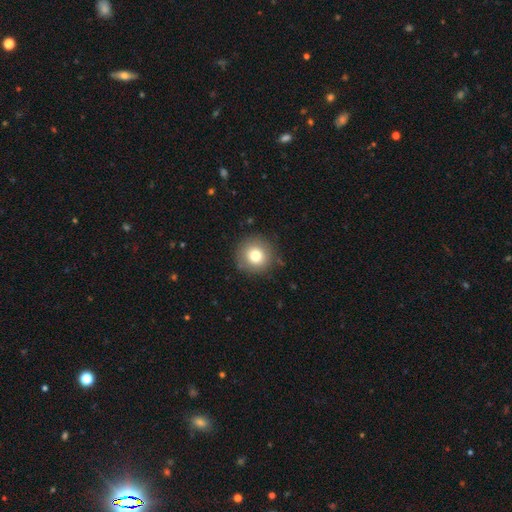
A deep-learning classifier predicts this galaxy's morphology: The model was most divided on "smooth or featured": smooth: 77%, star or artifact: 12%, featured or disk: 11%. More confident: how rounded — round (95%); merging — none (87%).